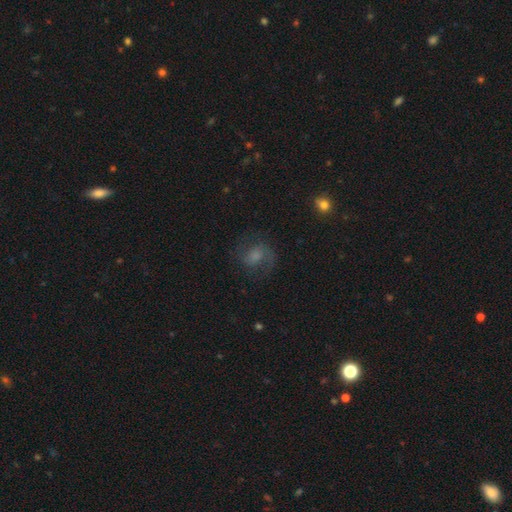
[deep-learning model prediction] A featured or disk galaxy (53%) with no bar (54%), spiral arms (88%) and a moderate central bulge (31%).

Vote fractions:
- Smooth or featured? featured or disk: 53% / smooth: 33% / star or artifact: 14%
- Edge-on disk? no: 97% / yes: 3%
- Bar? no: 54% / weak: 38% / strong: 9%
- Spiral arms? yes: 88% / no: 12%
- Bulge size? moderate: 31% / none: 24% / small: 21% / large: 21% / dominant: 4%
- Merging? none: 67% / minor disturbance: 17% / major disturbance: 14% / merger: 2%